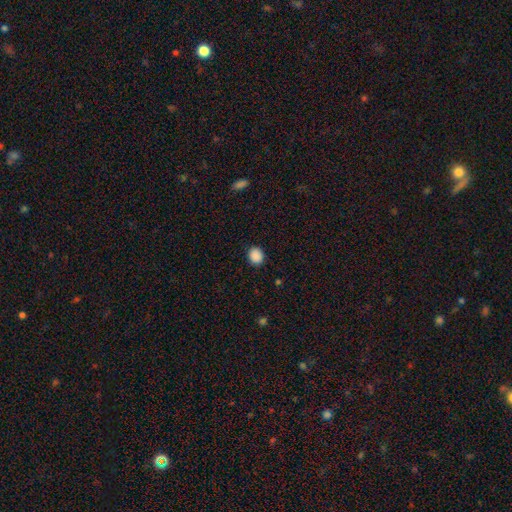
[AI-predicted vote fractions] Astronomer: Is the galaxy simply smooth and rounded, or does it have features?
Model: smooth — 89%.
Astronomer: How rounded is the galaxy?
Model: round — 66%.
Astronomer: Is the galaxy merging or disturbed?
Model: none — 89%.